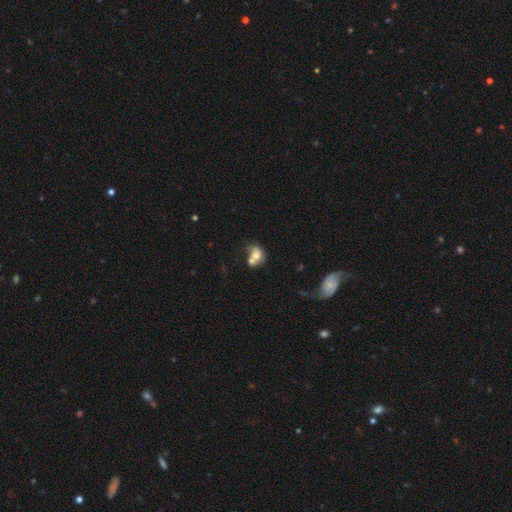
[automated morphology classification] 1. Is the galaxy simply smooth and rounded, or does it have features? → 64% smooth, 27% featured or disk, 9% star or artifact.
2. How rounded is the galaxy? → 52% round, 47% in between, 1% cigar-shaped.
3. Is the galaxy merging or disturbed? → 61% merger, 20% none, 10% minor disturbance, 9% major disturbance.